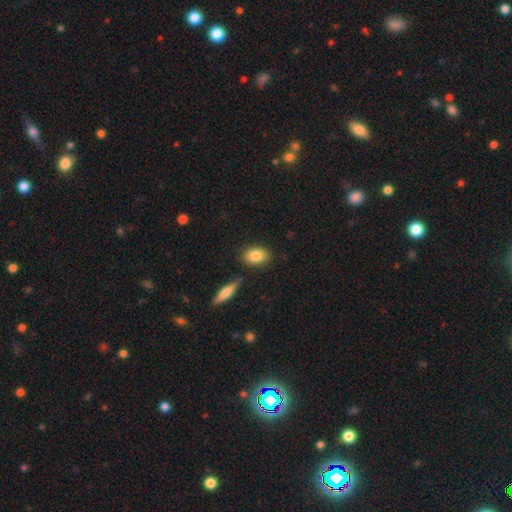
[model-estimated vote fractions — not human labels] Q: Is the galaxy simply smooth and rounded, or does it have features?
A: smooth — 84%.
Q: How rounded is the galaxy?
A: in between — 83%.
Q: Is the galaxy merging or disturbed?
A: none — 81%.